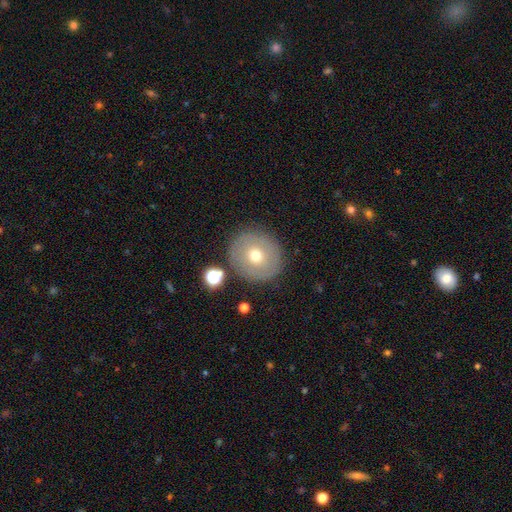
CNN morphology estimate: This appears to be a smooth galaxy with no disk features (61%) that is round (90%). Merging: none (84%).